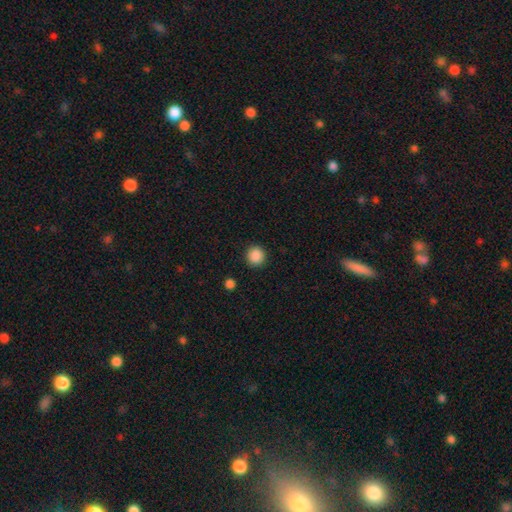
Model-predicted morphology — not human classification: Smooth or featured? smooth (88%)
How rounded? round (92%)
Merging? none (91%)